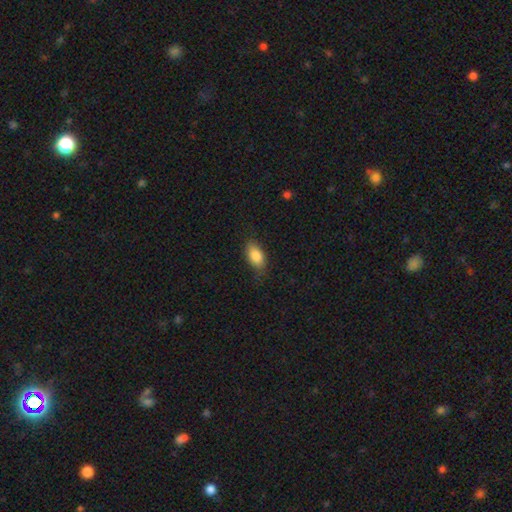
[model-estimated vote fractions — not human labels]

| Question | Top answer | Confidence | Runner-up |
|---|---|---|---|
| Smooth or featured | smooth | 85% | featured or disk (8%) |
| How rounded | in between | 90% | cigar-shaped (6%) |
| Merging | none | 79% | minor disturbance (16%) |